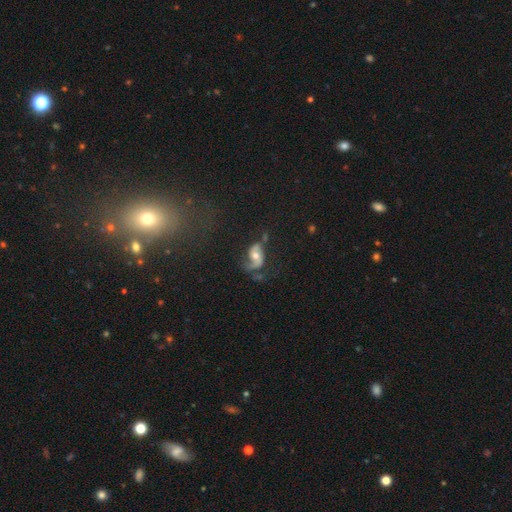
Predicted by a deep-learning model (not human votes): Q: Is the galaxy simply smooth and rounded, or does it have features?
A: featured or disk — 73%.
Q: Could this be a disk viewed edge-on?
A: no — 97%.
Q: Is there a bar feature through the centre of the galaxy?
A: no — 60%.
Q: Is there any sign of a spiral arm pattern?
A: yes — 89%.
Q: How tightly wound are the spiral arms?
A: loose — 54%.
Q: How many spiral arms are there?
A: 2 — 75%.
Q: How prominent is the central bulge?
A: moderate — 66%.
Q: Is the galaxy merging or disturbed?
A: none — 43%.